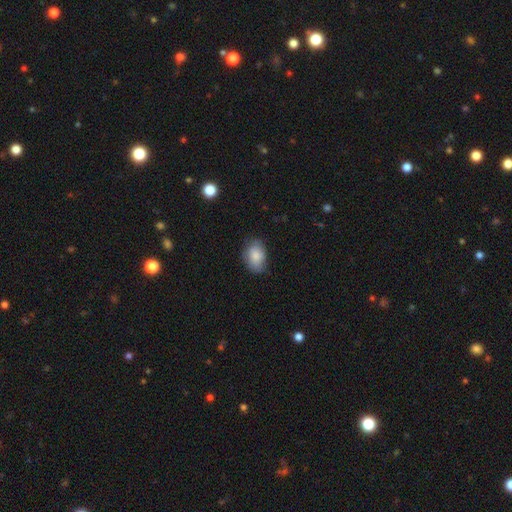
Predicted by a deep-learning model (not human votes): Overall: smooth (84%). How rounded: in between (85%). Merging: none (73%).